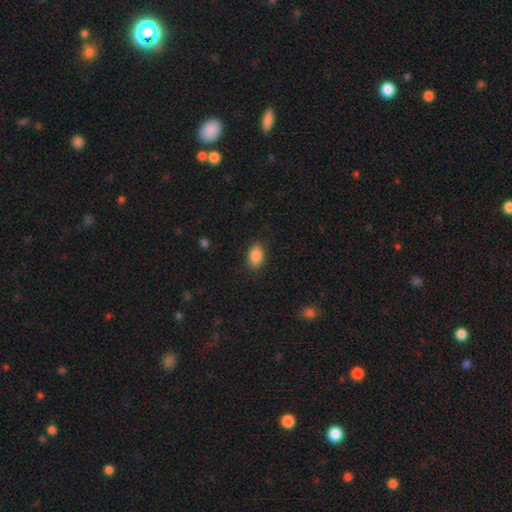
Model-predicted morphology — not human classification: Q: Smooth or featured?
A: smooth (89%); runner-up: star or artifact (8%)
Q: How rounded?
A: in between (91%); runner-up: round (7%)
Q: Merging?
A: none (87%); runner-up: minor disturbance (9%)